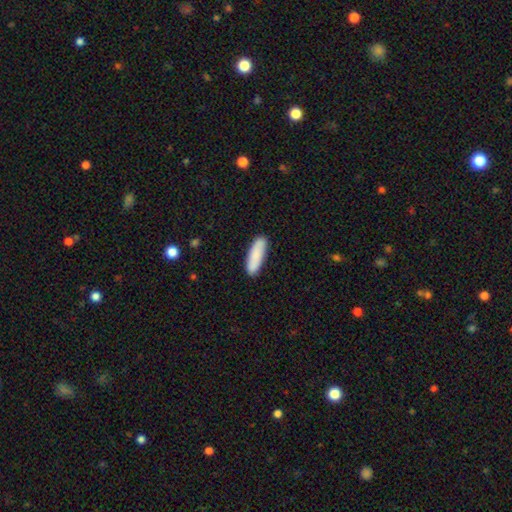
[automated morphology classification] smooth_or_featured: smooth (p=0.87) [alt: featured or disk p=0.08]
how_rounded: cigar-shaped (p=0.57) [alt: in between p=0.41]
merging: none (p=0.88) [alt: minor disturbance p=0.09]